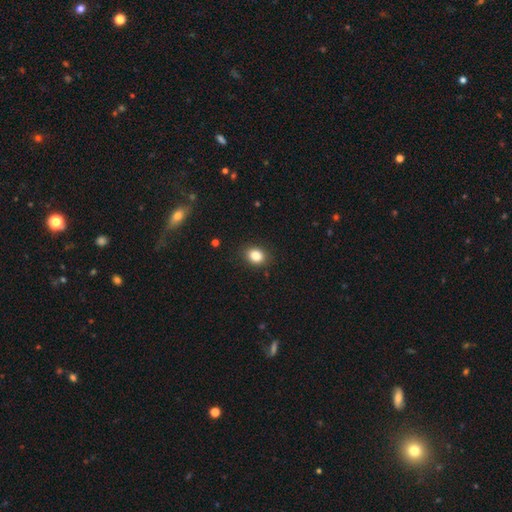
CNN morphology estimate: smooth 86%, star or artifact 10%, featured or disk 4%. Down the decision tree: how rounded — in between (54%); merging — none (86%).